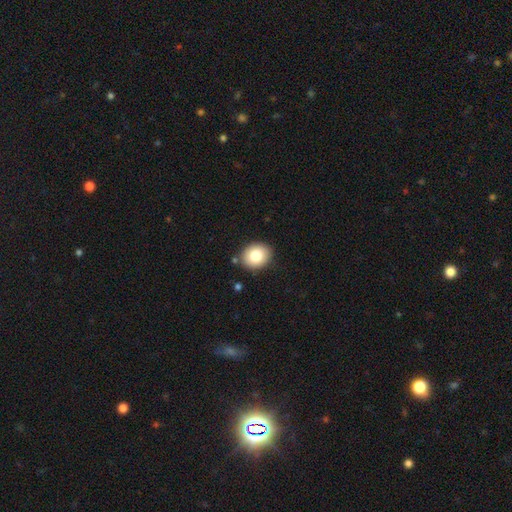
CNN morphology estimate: This appears to be a smooth galaxy with no disk features (81%) that is round (59%). Merging: none (86%).